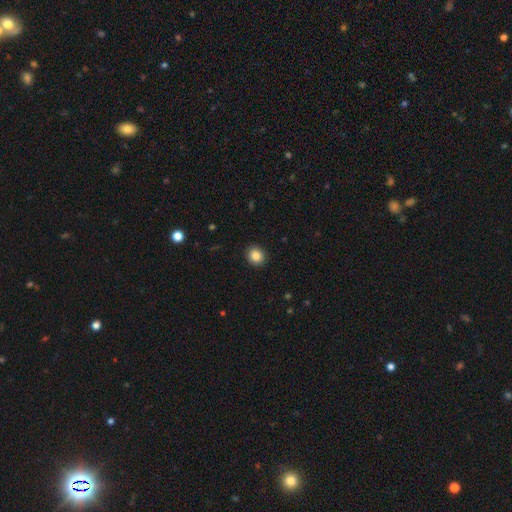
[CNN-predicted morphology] smooth 86%, star or artifact 9%, featured or disk 4%. Down the decision tree: how rounded — round (76%); merging — none (91%).